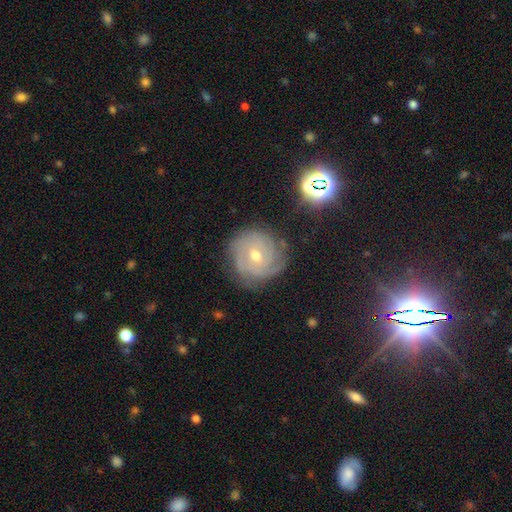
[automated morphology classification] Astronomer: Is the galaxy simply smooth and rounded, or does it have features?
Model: featured or disk — 76%.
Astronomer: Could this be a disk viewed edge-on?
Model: no — 97%.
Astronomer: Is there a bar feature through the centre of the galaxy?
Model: no — 58% (runner-up: weak, 34%).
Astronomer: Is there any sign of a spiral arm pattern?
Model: yes — 93%.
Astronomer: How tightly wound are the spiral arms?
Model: tight — 75%.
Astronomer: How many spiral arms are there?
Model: can't tell — 34% (runner-up: 3, 27%).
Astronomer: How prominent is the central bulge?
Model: moderate — 62%.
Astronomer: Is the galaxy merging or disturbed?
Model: none — 76%.